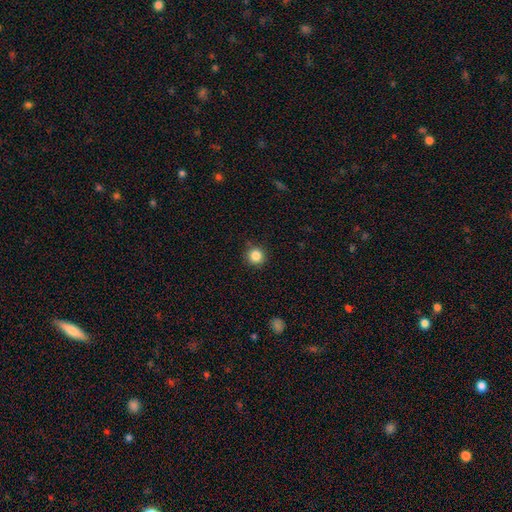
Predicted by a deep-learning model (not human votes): Overall: smooth (85%). How rounded: round (94%). Merging: none (89%).